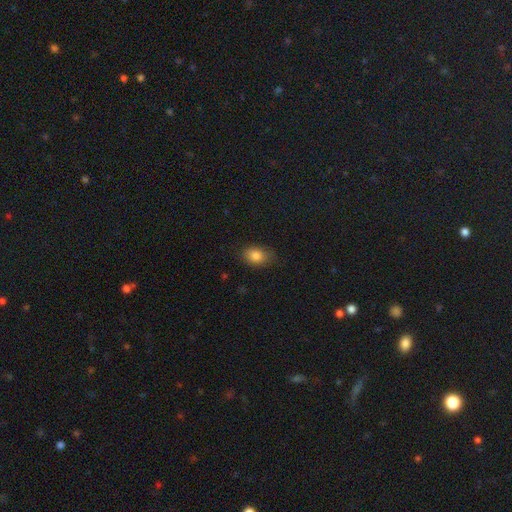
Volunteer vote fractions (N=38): This appears to be a smooth galaxy with no disk features (84%) that is in between round and cigar-shaped (75%). Merging: none (66%).